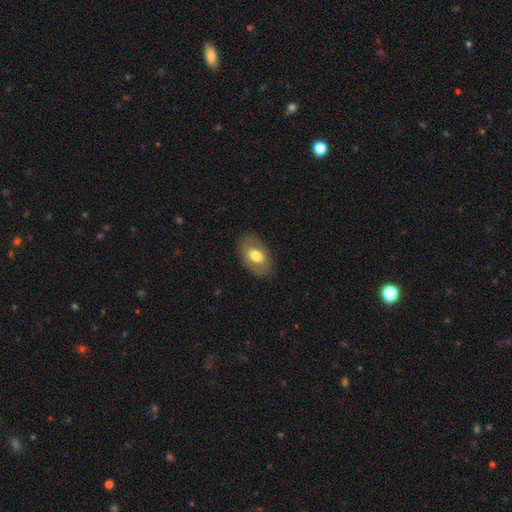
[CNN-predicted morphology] type=smooth (61%); roundness=in between (88%); merging=none (82%).